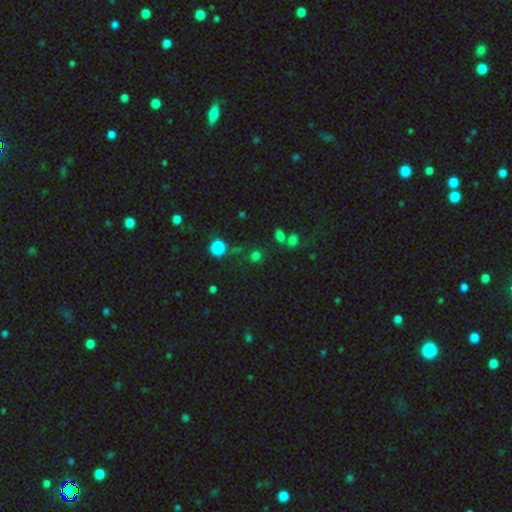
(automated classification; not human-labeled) Q: Smooth or featured?
A: smooth (65%); runner-up: star or artifact (29%)
Q: How rounded?
A: round (84%); runner-up: in between (14%)
Q: Merging?
A: none (72%); runner-up: minor disturbance (12%)